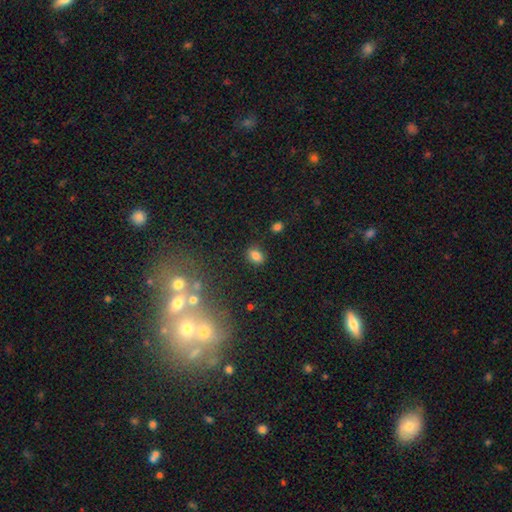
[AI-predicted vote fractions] smooth_or_featured: smooth (p=0.80) [alt: star or artifact p=0.13]
how_rounded: in between (p=0.68) [alt: round p=0.30]
merging: none (p=0.84) [alt: minor disturbance p=0.10]